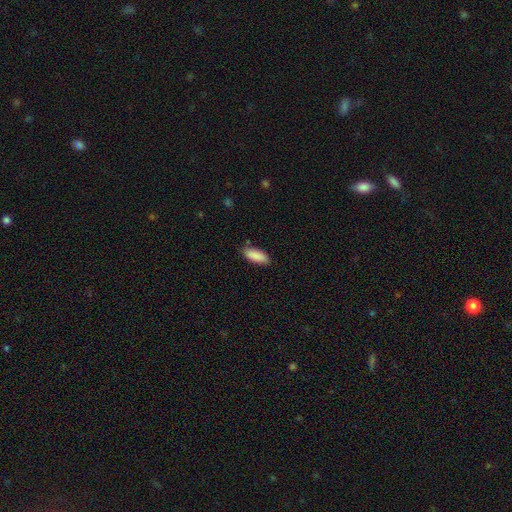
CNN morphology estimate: Smooth or featured? Predicted: smooth (p=0.89). How rounded? Predicted: in between (p=0.78). Merging? Predicted: none (p=0.81).